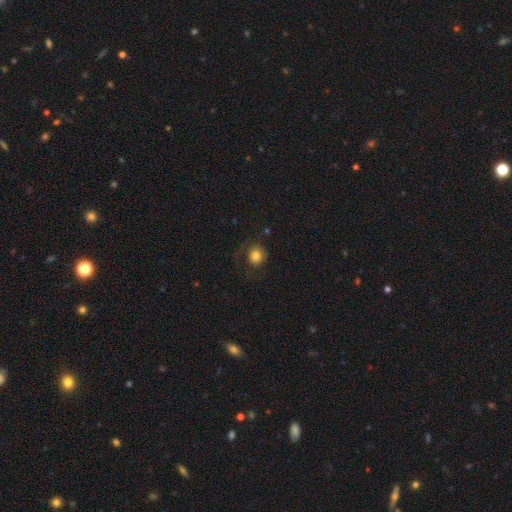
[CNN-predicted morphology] Smooth or featured: smooth — 81% (star or artifact — 10%)
How rounded: round — 82% (in between — 17%)
Merging: none — 69% (minor disturbance — 16%)